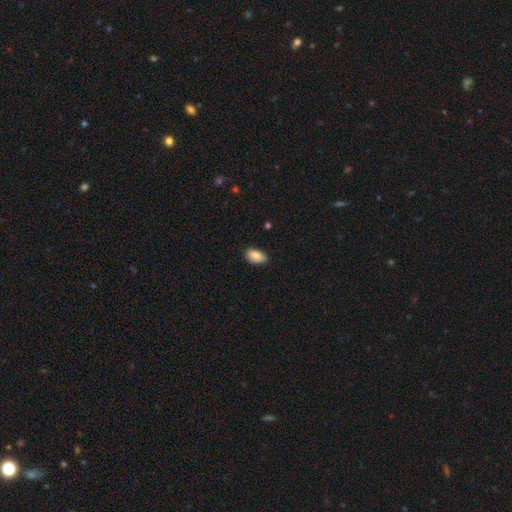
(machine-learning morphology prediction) This is clearly a smooth galaxy (89%). How rounded: clearly in between (92%). Merging: likely none (80%).